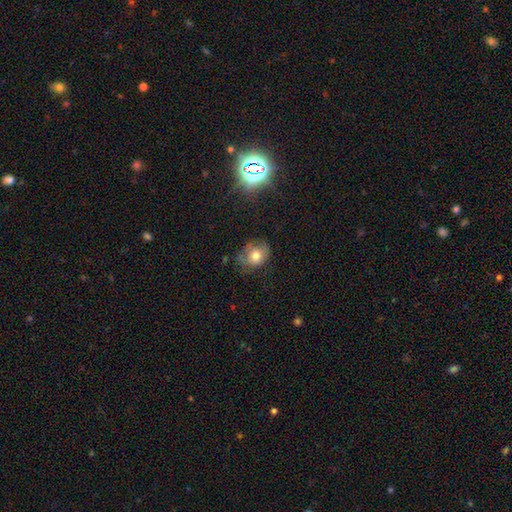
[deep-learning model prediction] smooth-or-featured: smooth: 65% | featured or disk: 24% | star or artifact: 11%
  how-rounded: round: 61% | in between: 38% | cigar-shaped: 1%
  merging: none: 49% | minor disturbance: 31% | major disturbance: 17% | merger: 3%